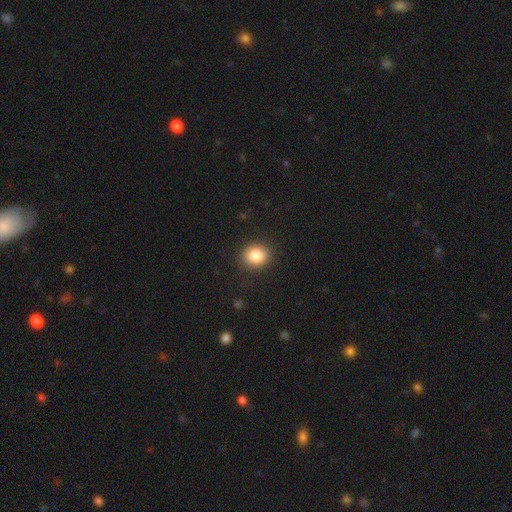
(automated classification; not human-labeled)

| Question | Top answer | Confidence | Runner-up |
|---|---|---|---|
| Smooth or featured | smooth | 85% | star or artifact (9%) |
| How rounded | round | 71% | in between (28%) |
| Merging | none | 89% | minor disturbance (7%) |